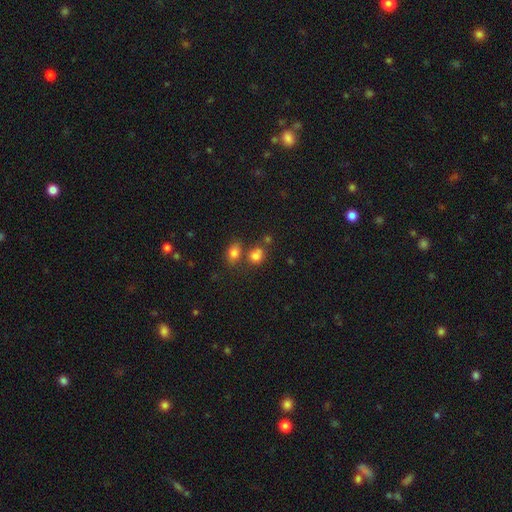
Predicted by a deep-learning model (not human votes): Smooth or featured? Predicted: smooth (p=0.78). How rounded? Predicted: round (p=0.63). Merging? Predicted: none (p=0.54).